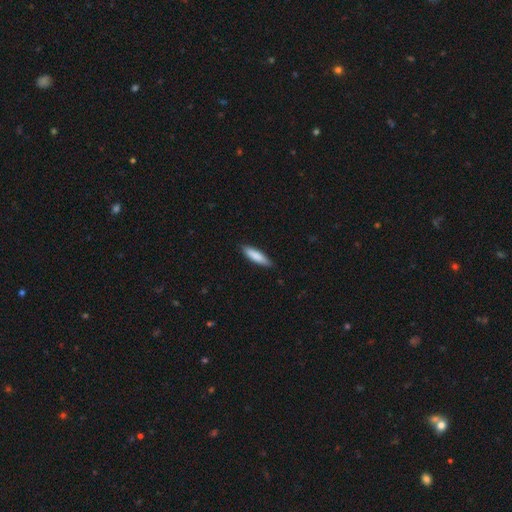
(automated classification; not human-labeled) The model was most divided on "how rounded": cigar-shaped: 69%, in between: 29%, round: 1%. More confident: merging — none (86%); smooth or featured — smooth (84%).